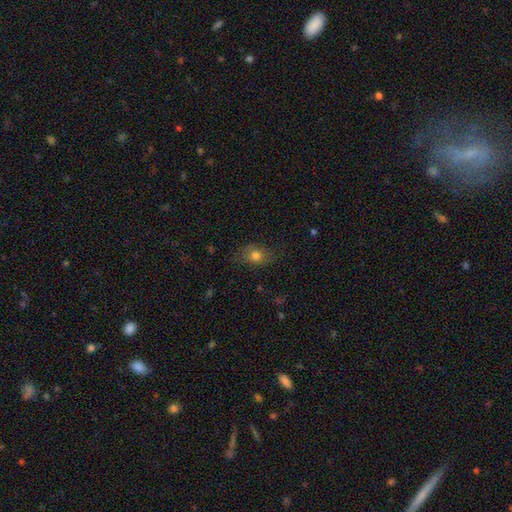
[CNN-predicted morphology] smooth_or_featured: smooth (p=0.75) [alt: featured or disk p=0.14]
how_rounded: in between (p=0.62) [alt: round p=0.35]
merging: none (p=0.73) [alt: minor disturbance p=0.19]